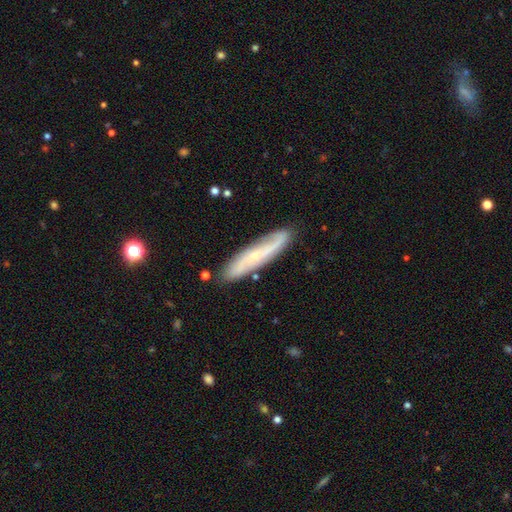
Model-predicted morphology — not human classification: smooth_or_featured: featured or disk (p=0.63) [alt: smooth p=0.30]
disk_edge_on: no (p=0.58) [alt: yes p=0.42]
merging: none (p=0.83) [alt: minor disturbance p=0.13]